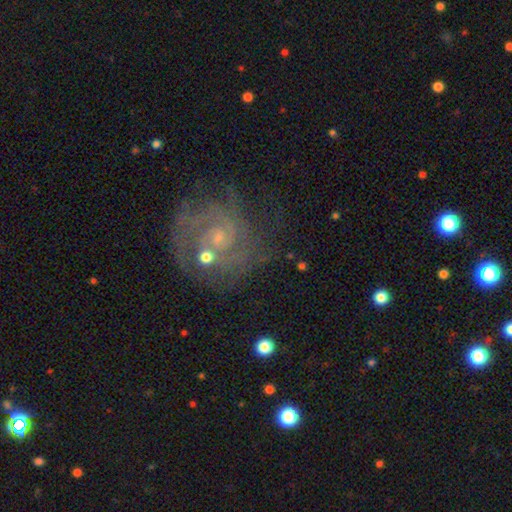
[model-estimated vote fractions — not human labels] Smooth or featured: featured or disk — 74% (star or artifact — 13%)
Edge-on disk: no — 98% (yes — 2%)
Bar: no — 63% (weak — 31%)
Spiral arms: yes — 87% (no — 13%)
Spiral winding: tight — 54% (medium — 34%)
Spiral arm count: can't tell — 37% (2 — 27%)
Bulge size: small — 67% (moderate — 20%)
Merging: none — 62% (minor disturbance — 17%)